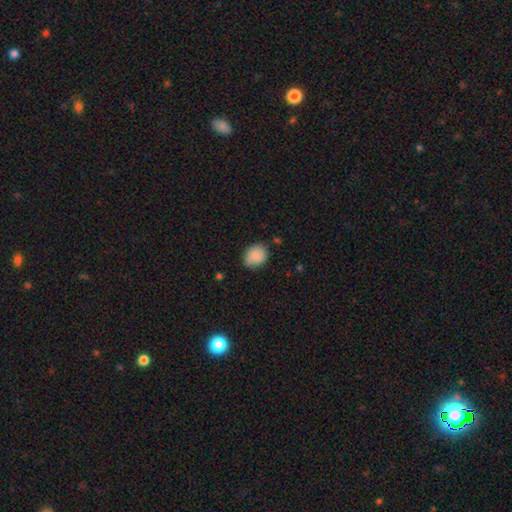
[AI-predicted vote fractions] Smooth or featured? Predicted: smooth (p=0.87). How rounded? Predicted: round (p=0.56). Merging? Predicted: none (p=0.75).